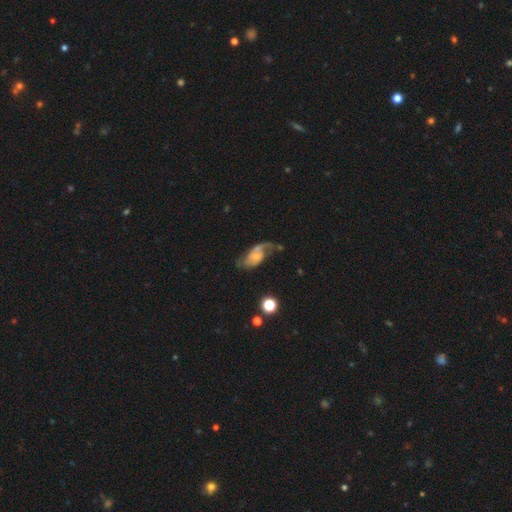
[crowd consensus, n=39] Volunteers were most divided on "merging": none: 36%, major disturbance: 31%, minor disturbance: 26%, merger: 8%. Remaining: edge-on disk — no (100%); spiral arms — yes (81%); bar — no (81%); spiral arm count — 2 (59%); smooth or featured — featured or disk (54%); bulge size — small (48%); spiral winding — loose (47%).